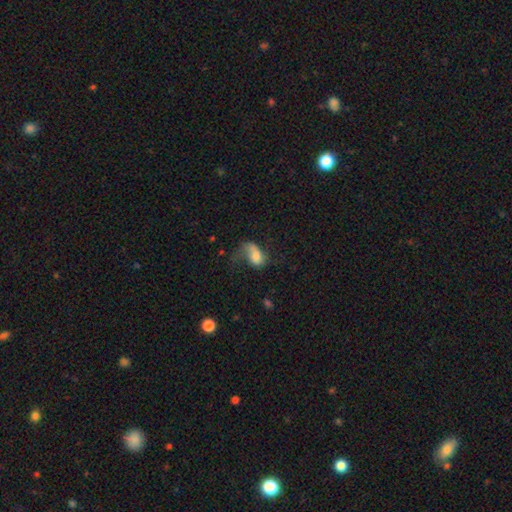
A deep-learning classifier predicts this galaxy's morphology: Overall: smooth (51%; featured or disk 39%). How rounded: in between (83%). Merging: major disturbance (48%; none 25%).